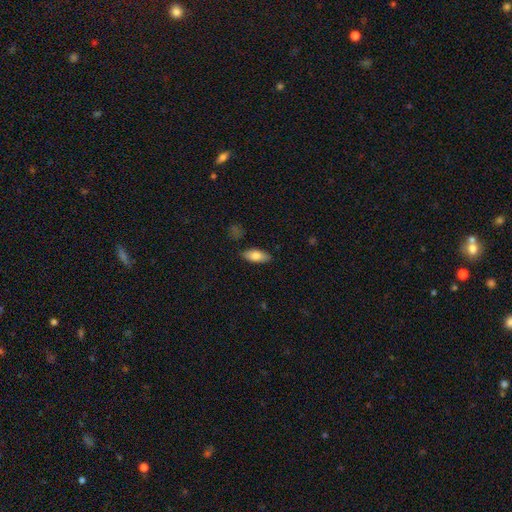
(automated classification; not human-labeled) This is likely a smooth galaxy (76%). How rounded: likely in between (80%). Merging: clearly none (86%).